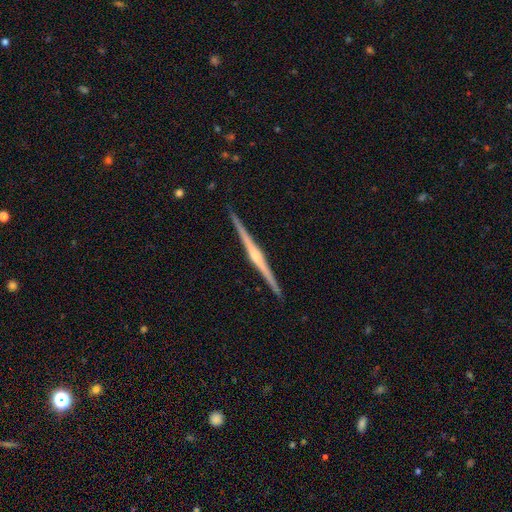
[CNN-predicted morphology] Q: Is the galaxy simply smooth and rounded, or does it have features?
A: featured or disk — 84%.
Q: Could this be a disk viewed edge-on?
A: yes — 99%.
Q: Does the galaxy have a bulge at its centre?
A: rounded — 75%.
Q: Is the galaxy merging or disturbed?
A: none — 92%.